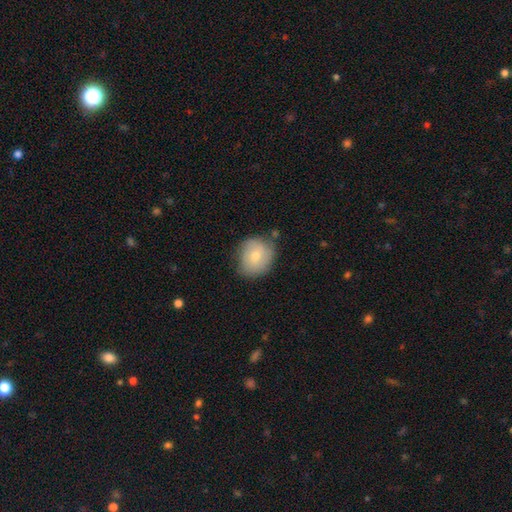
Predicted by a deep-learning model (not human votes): Smooth or featured? Predicted: smooth (p=0.66). How rounded? Predicted: round (p=0.76). Merging? Predicted: none (p=0.66).